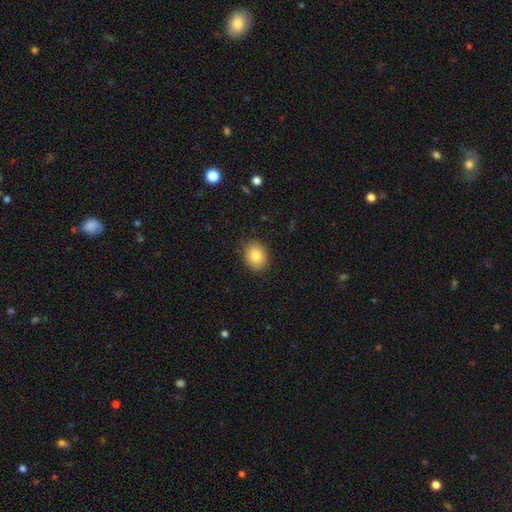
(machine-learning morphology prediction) Smooth or featured?
  - smooth: 84% *
  - star or artifact: 8%
  - featured or disk: 8%
How rounded?
  - in between: 53% *
  - round: 46%
  - cigar-shaped: 1%
Merging?
  - none: 88% *
  - minor disturbance: 9%
  - major disturbance: 2%
  - merger: 1%